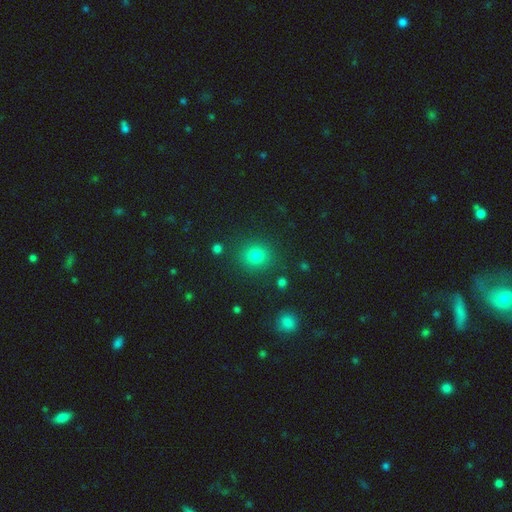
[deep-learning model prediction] smooth_or_featured: smooth (p=0.78) [alt: star or artifact p=0.16]
how_rounded: round (p=0.84) [alt: in between p=0.15]
merging: none (p=0.86) [alt: minor disturbance p=0.08]